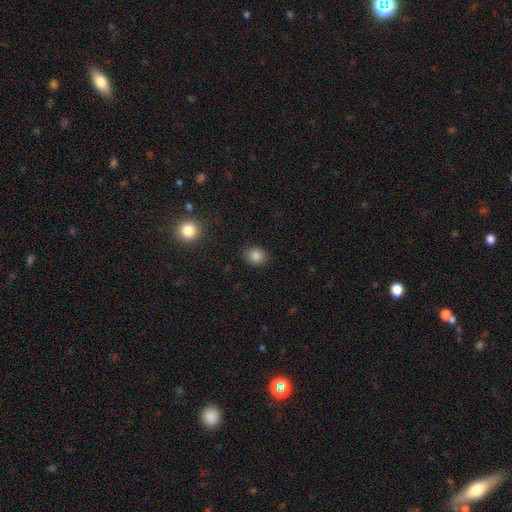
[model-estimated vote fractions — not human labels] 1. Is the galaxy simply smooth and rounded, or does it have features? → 84% smooth, 11% star or artifact, 5% featured or disk.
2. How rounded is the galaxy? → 63% round, 36% in between, 1% cigar-shaped.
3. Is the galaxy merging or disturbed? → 86% none, 10% minor disturbance, 3% major disturbance, 1% merger.